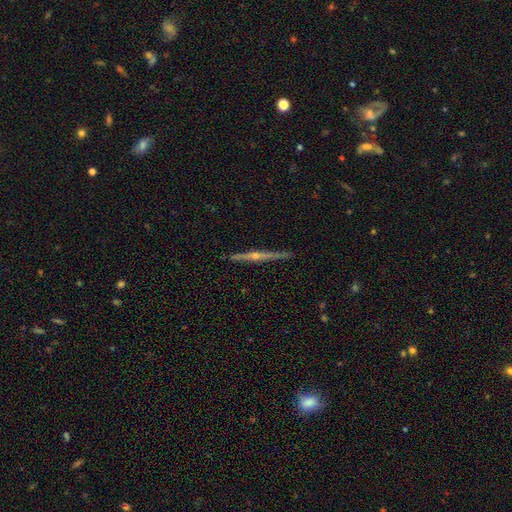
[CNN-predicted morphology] Smooth or featured?
  - featured or disk: 83% *
  - smooth: 11%
  - star or artifact: 6%
Edge-on disk?
  - yes: 98% *
  - no: 2%
Edge-on bulge?
  - rounded: 86% *
  - none: 10%
  - boxy: 4%
Merging?
  - none: 90% *
  - minor disturbance: 7%
  - major disturbance: 1%
  - merger: 1%